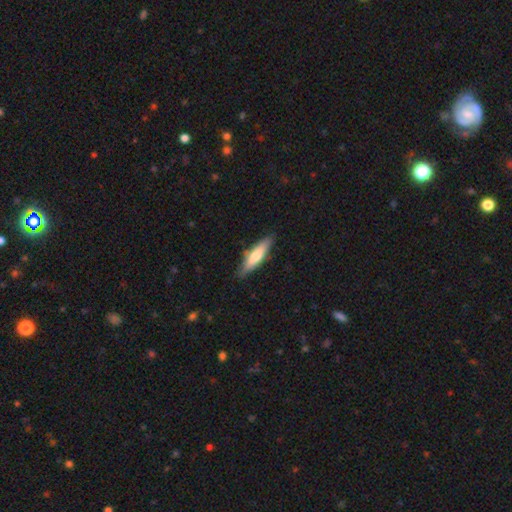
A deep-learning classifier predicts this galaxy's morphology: The model was most divided on "smooth or featured": smooth: 65%, featured or disk: 30%, star or artifact: 5%. More confident: merging — none (83%); how rounded — cigar-shaped (71%).